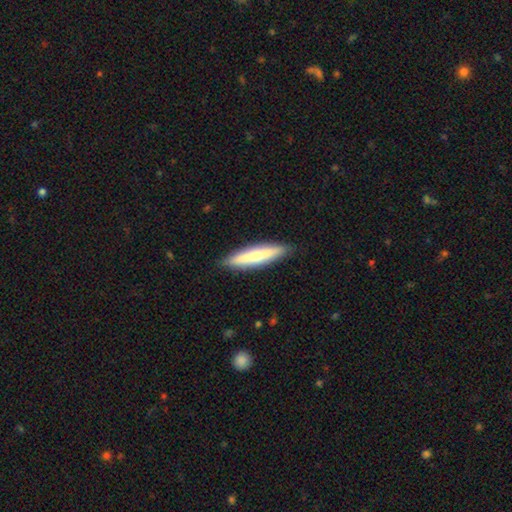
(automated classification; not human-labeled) smooth 59%, featured or disk 35%, star or artifact 6%. Down the decision tree: how rounded — cigar-shaped (86%); merging — none (89%).